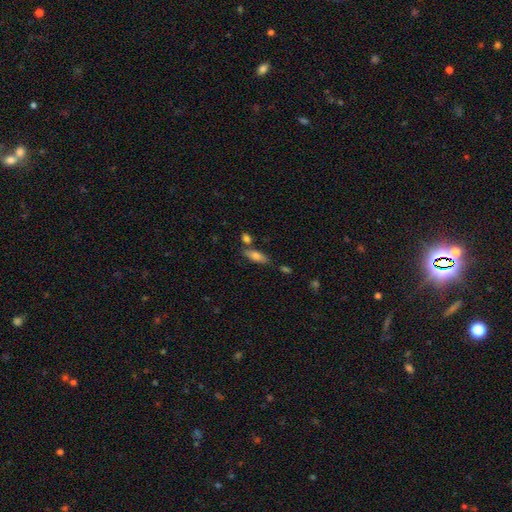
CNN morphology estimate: A smooth galaxy with no disk features (70%) that is in between round and cigar-shaped (58%). Merging: none (68%).